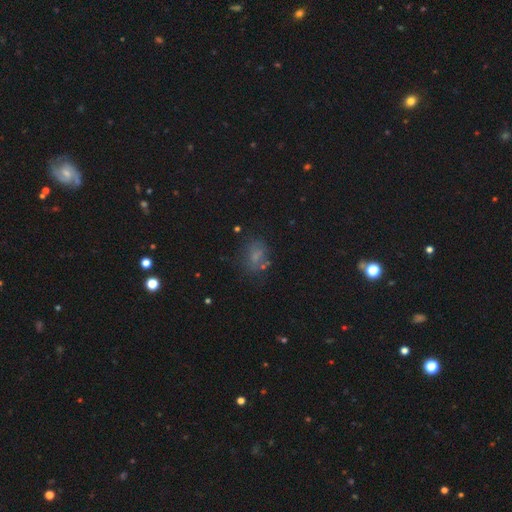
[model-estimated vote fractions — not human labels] The model was most divided on "how rounded": in between: 66%, round: 32%, cigar-shaped: 2%. More confident: smooth or featured — smooth (59%); merging — none (58%).